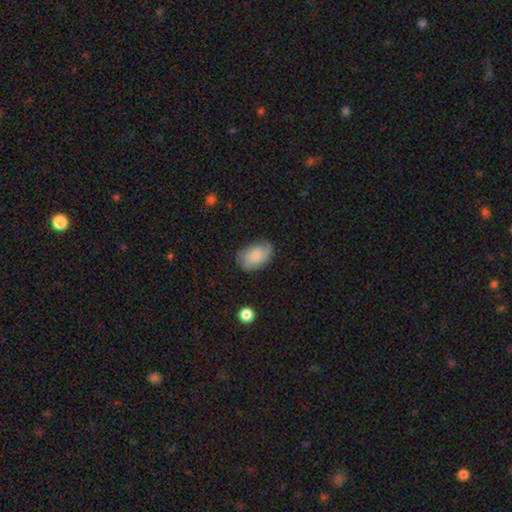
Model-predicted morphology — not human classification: This is possibly a smooth galaxy (53%). How rounded: clearly in between (85%). Merging: likely none (61%).